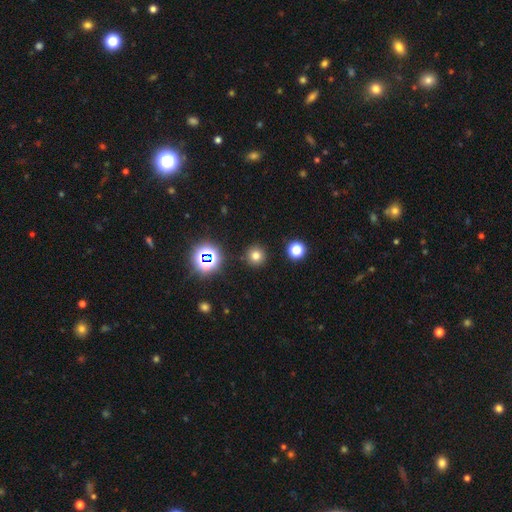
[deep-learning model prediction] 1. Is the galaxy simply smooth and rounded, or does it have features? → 71% smooth, 22% star or artifact, 7% featured or disk.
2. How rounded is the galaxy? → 95% round, 4% in between, 1% cigar-shaped.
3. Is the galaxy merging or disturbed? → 89% none, 6% minor disturbance, 2% major disturbance, 2% merger.